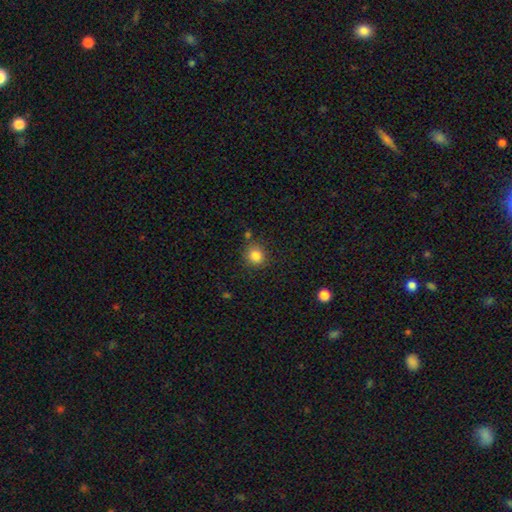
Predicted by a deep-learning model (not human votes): smooth-or-featured: smooth: 84% | star or artifact: 10% | featured or disk: 5%
  how-rounded: round: 83% | in between: 16% | cigar-shaped: 1%
  merging: none: 80% | minor disturbance: 11% | merger: 5% | major disturbance: 3%